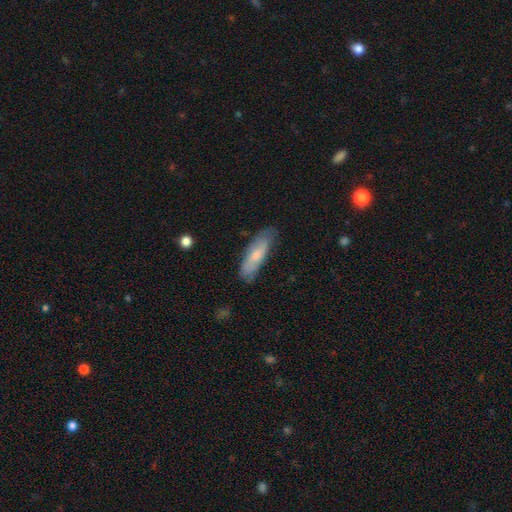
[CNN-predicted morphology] Smooth or featured? smooth (63%)
How rounded? in between (50%)
Merging? none (75%)